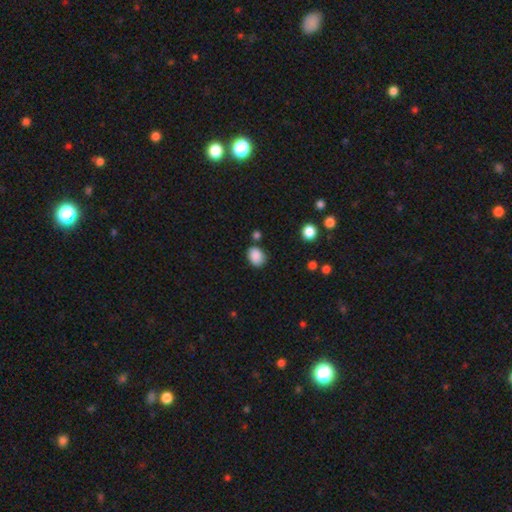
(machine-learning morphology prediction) Overall: smooth (87%). How rounded: in between (66%; round 33%). Merging: none (70%).